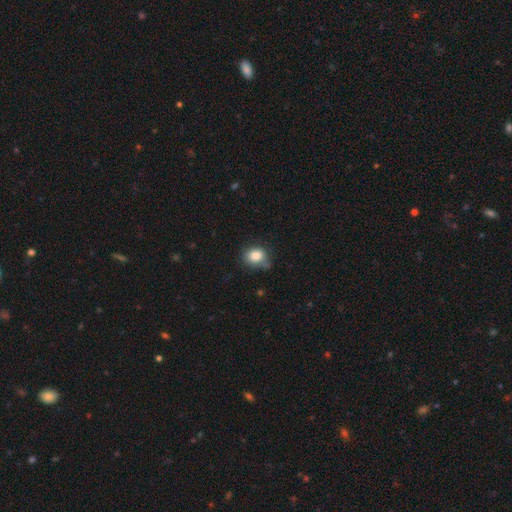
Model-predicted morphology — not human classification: Overall: smooth (84%). How rounded: round (54%; in between 45%). Merging: none (65%).